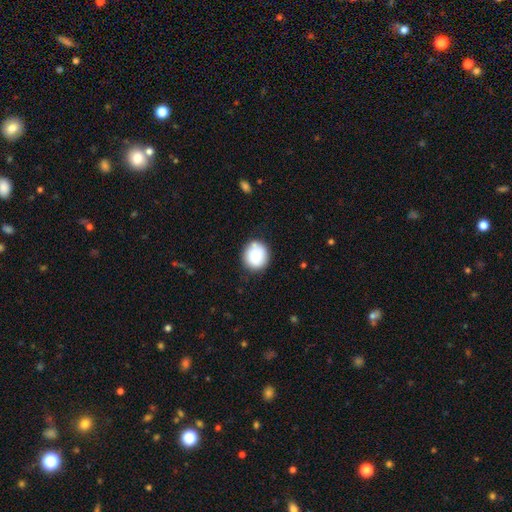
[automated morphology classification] Smooth or featured: smooth — 83% (featured or disk — 9%)
How rounded: round — 85% (in between — 14%)
Merging: none — 77% (minor disturbance — 15%)